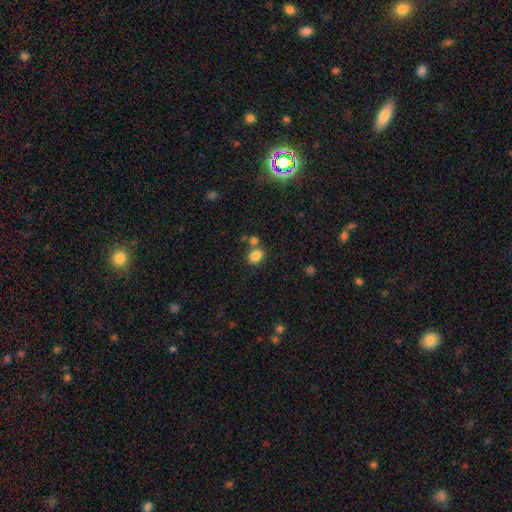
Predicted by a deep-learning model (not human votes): smooth_or_featured: smooth (p=0.83) [alt: star or artifact p=0.11]
how_rounded: round (p=0.56) [alt: in between p=0.43]
merging: none (p=0.65) [alt: merger p=0.20]